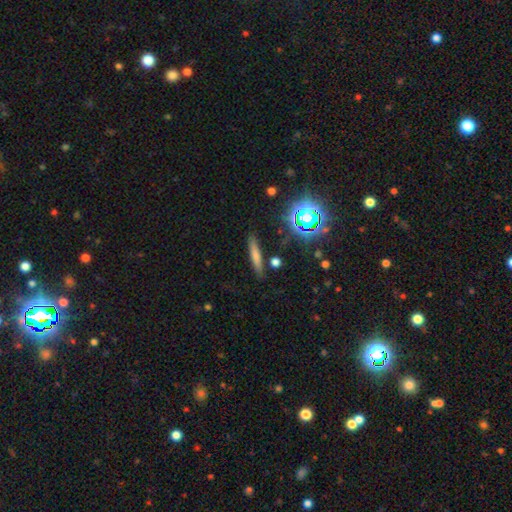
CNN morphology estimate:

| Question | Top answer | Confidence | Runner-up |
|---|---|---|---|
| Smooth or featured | smooth | 66% | featured or disk (20%) |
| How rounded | cigar-shaped | 89% | in between (9%) |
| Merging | none | 84% | minor disturbance (10%) |